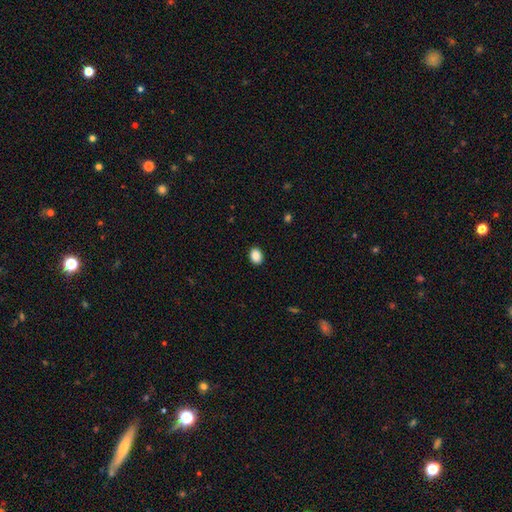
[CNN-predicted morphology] type=smooth (90%); roundness=in between (69%); merging=none (90%).